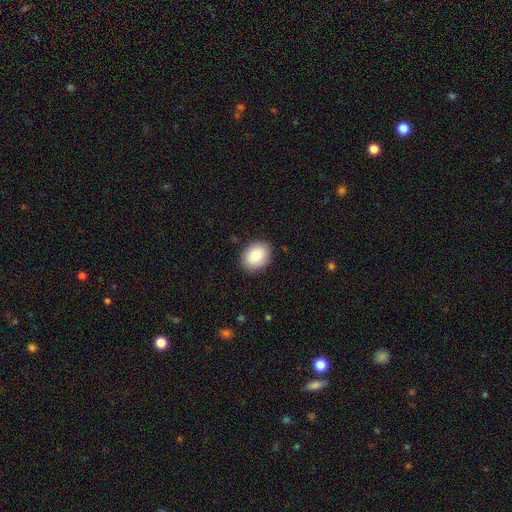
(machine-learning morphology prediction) The model was most divided on "how rounded": round: 51%, in between: 48%, cigar-shaped: 1%. More confident: merging — none (89%); smooth or featured — smooth (82%).